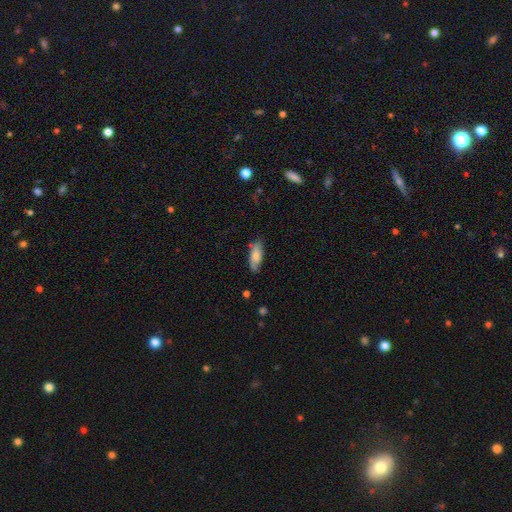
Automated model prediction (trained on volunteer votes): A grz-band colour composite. It shows a smooth galaxy with no disk features (79%) that is in between round and cigar-shaped (70%). Merging: none (78%).